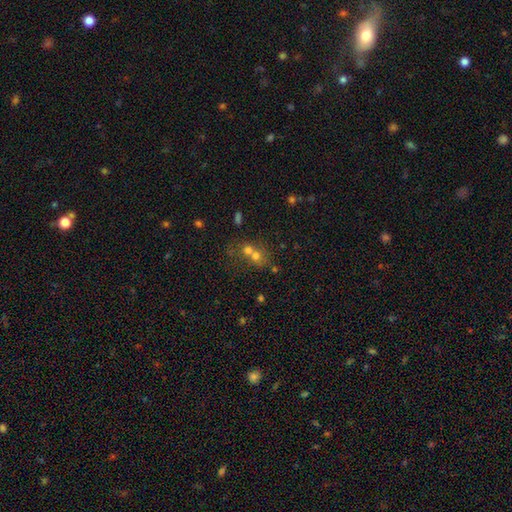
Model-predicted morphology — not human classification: Smooth or featured? Predicted: smooth (p=0.64). How rounded? Predicted: round (p=0.75). Merging? Predicted: merger (p=0.60).